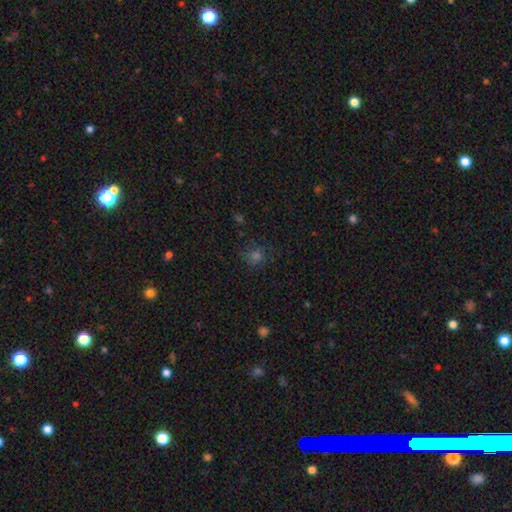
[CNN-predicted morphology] Smooth or featured?
  - smooth: 55% *
  - star or artifact: 35%
  - featured or disk: 11%
How rounded?
  - round: 83% *
  - in between: 16%
  - cigar-shaped: 1%
Merging?
  - none: 78% *
  - minor disturbance: 14%
  - major disturbance: 6%
  - merger: 2%